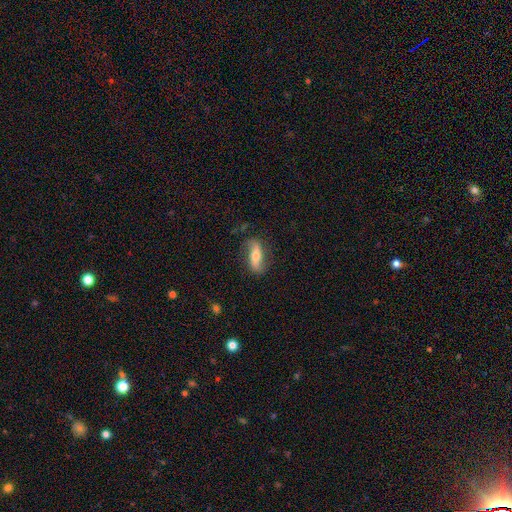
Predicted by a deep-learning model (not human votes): The model was most divided on "smooth or featured": featured or disk: 55%, smooth: 38%, star or artifact: 7%. More confident: edge-on disk — no (77%); merging — none (75%).